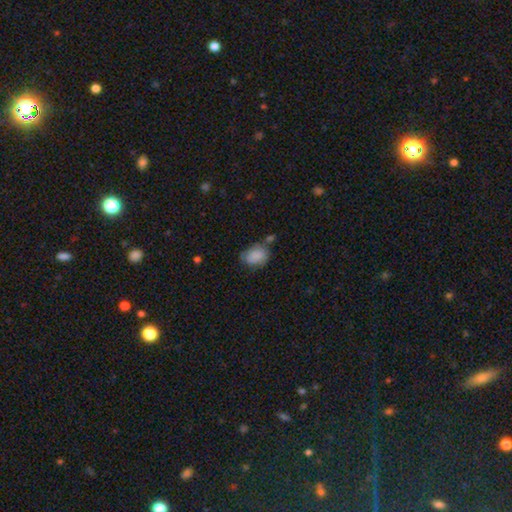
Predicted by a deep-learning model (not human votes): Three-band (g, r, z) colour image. It shows a smooth galaxy with no disk features (84%) that is in between round and cigar-shaped (73%). Merging: none (54%).